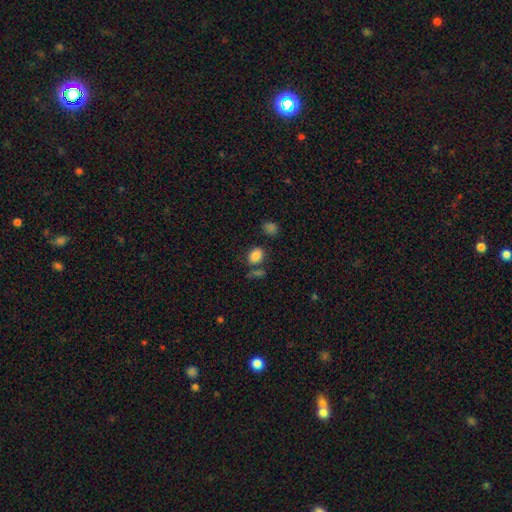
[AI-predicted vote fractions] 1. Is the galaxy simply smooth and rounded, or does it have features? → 83% smooth, 11% star or artifact, 6% featured or disk.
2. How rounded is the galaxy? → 58% in between, 40% round, 1% cigar-shaped.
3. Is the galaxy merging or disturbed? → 68% none, 14% minor disturbance, 13% merger, 5% major disturbance.